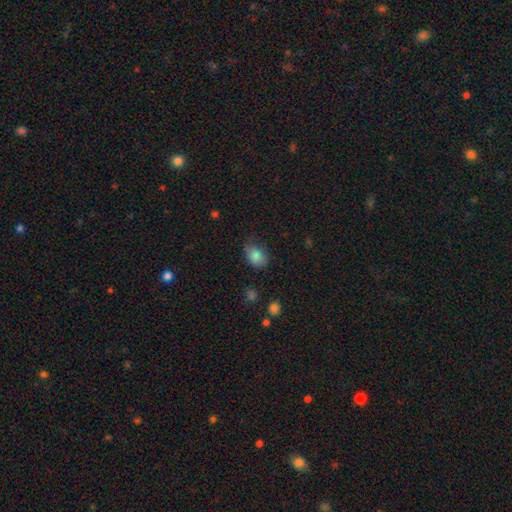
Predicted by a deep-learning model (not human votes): The model was most divided on "merging": none: 65%, minor disturbance: 27%, major disturbance: 7%, merger: 2%. More confident: smooth or featured — smooth (85%); how rounded — in between (78%).